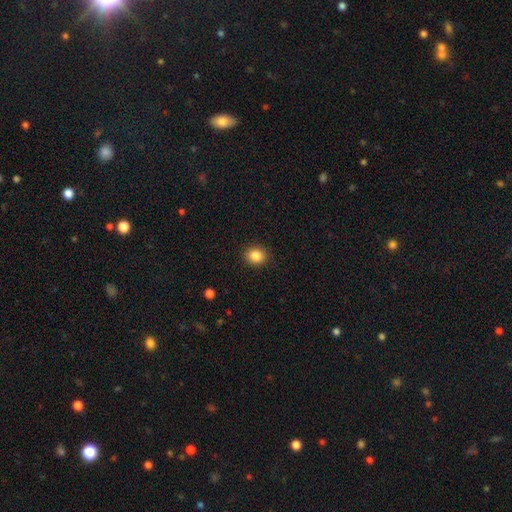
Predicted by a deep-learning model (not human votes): Morphology: type=smooth (86%); roundness=round (74%); merging=none (91%).